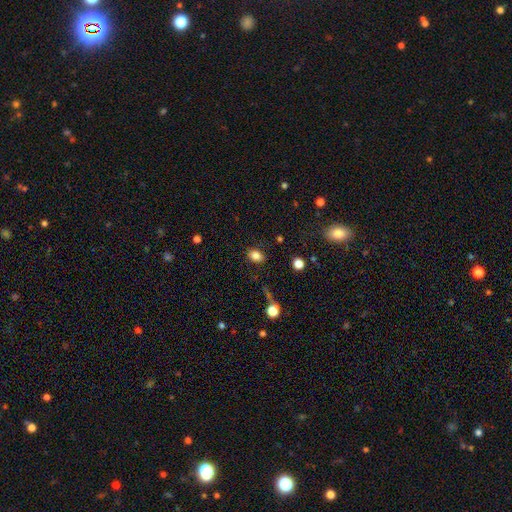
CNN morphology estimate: smooth_or_featured: smooth (p=0.81) [alt: star or artifact p=0.11]
how_rounded: in between (p=0.71) [alt: round p=0.28]
merging: none (p=0.85) [alt: minor disturbance p=0.10]